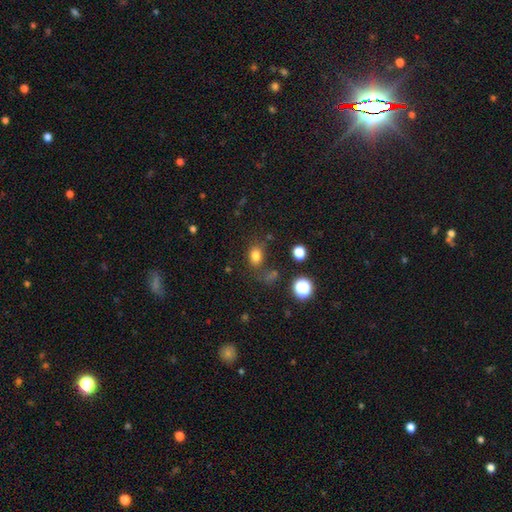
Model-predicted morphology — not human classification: This appears to be a smooth galaxy with no disk features (78%) that is in between round and cigar-shaped (63%). Merging: none (70%).